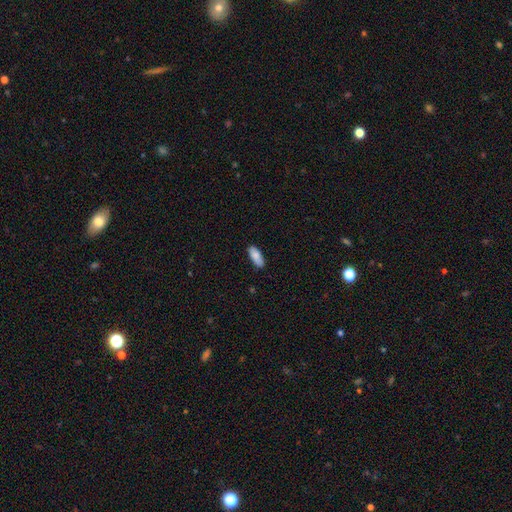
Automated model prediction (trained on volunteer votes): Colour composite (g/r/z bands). It shows a smooth galaxy with no disk features (86%) that is in between round and cigar-shaped (79%). Merging: none (84%).